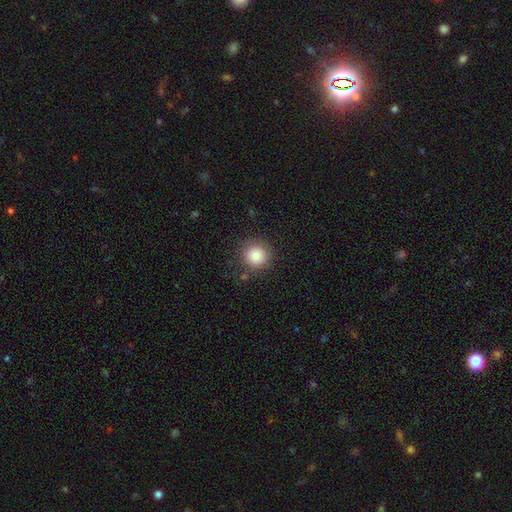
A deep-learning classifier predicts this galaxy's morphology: This is clearly a smooth galaxy (82%). How rounded: clearly round (94%). Merging: clearly none (85%).